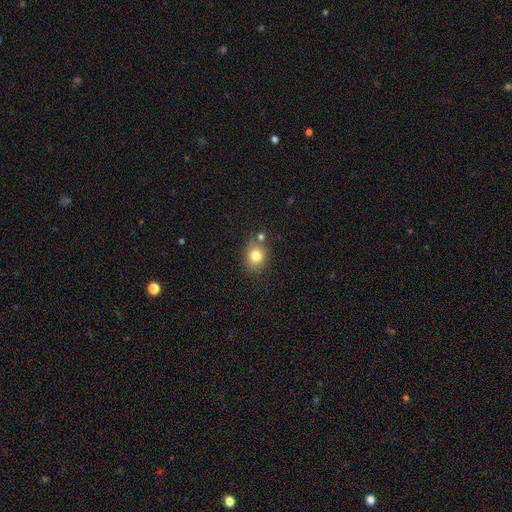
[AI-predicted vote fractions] smooth-or-featured: smooth: 79% | star or artifact: 11% | featured or disk: 9%
  how-rounded: round: 67% | in between: 33% | cigar-shaped: 1%
  merging: none: 69% | minor disturbance: 14% | merger: 13% | major disturbance: 4%